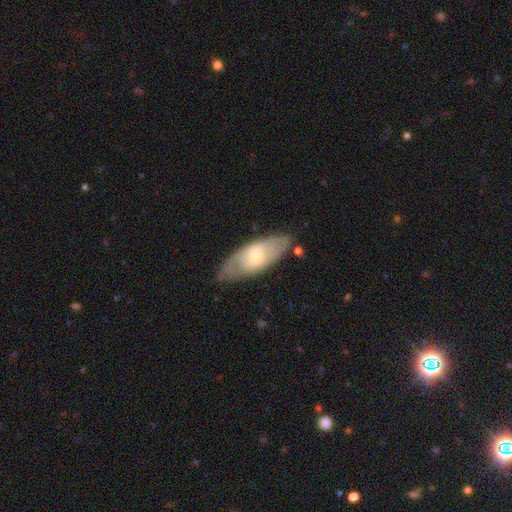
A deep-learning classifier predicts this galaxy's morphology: This is possibly a featured or disk galaxy (56%). It is clearly not viewed edge-on (81%). Merging: likely none (75%).